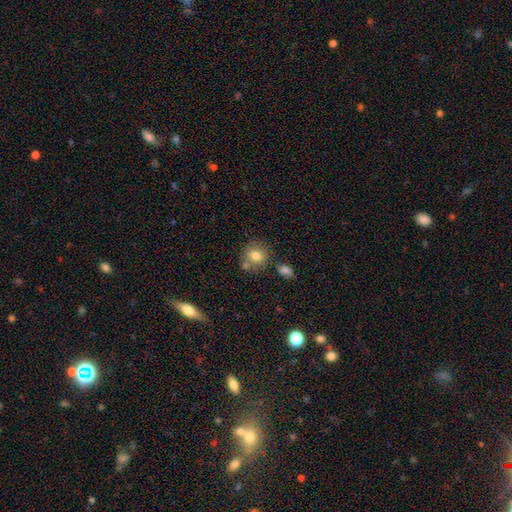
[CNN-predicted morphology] Smooth or featured?
  - smooth: 77% *
  - featured or disk: 13%
  - star or artifact: 10%
How rounded?
  - round: 80% *
  - in between: 19%
  - cigar-shaped: 1%
Merging?
  - none: 64% *
  - merger: 18%
  - minor disturbance: 14%
  - major disturbance: 4%